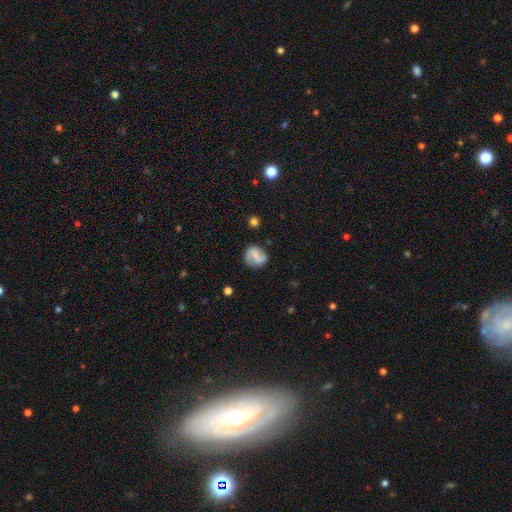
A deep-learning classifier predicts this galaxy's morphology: A featured or disk galaxy (53%) with a weak bar (44%), spiral arms (84%) and no central bulge (39%).

Vote fractions:
- Smooth or featured? featured or disk: 53% / smooth: 39% / star or artifact: 8%
- Edge-on disk? no: 97% / yes: 3%
- Bar? weak: 44% / no: 34% / strong: 22%
- Spiral arms? yes: 84% / no: 16%
- Bulge size? none: 39% / small: 38% / moderate: 20% / large: 3% / dominant: 1%
- Merging? none: 70% / minor disturbance: 19% / major disturbance: 8% / merger: 3%